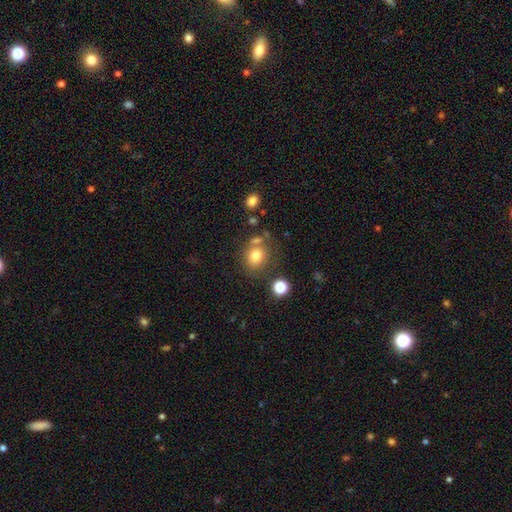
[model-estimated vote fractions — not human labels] Overall: smooth (78%). How rounded: round (78%). Merging: none (68%).